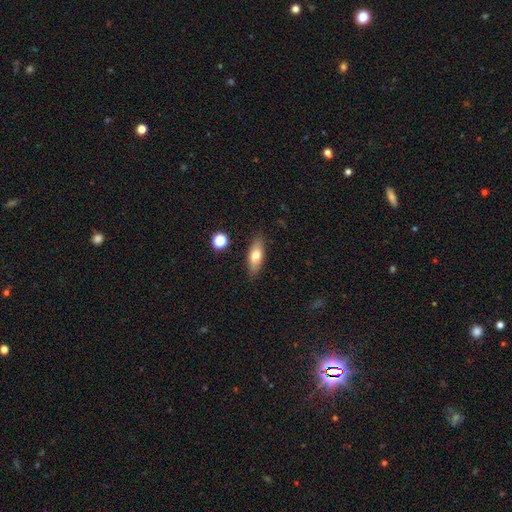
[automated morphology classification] Smooth or featured?
  - smooth: 71% *
  - featured or disk: 22%
  - star or artifact: 8%
How rounded?
  - in between: 67% *
  - cigar-shaped: 30%
  - round: 4%
Merging?
  - none: 85% *
  - minor disturbance: 10%
  - major disturbance: 2%
  - merger: 2%